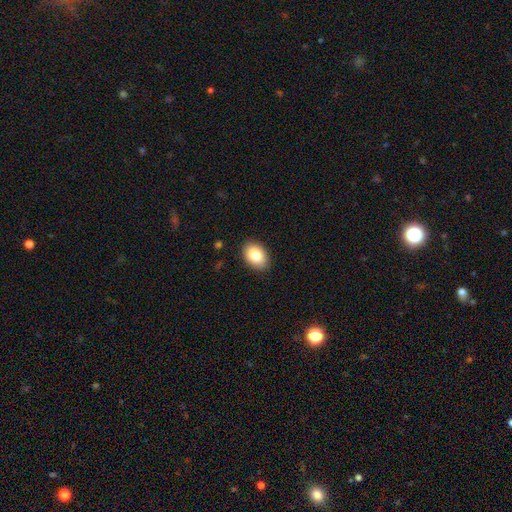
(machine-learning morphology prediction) A smooth galaxy with no disk features (84%) that is in between round and cigar-shaped (85%).

Vote fractions:
- Smooth or featured? smooth: 84% / featured or disk: 8% / star or artifact: 7%
- How rounded? in between: 85% / round: 14% / cigar-shaped: 1%
- Merging? none: 88% / minor disturbance: 9% / major disturbance: 2% / merger: 1%